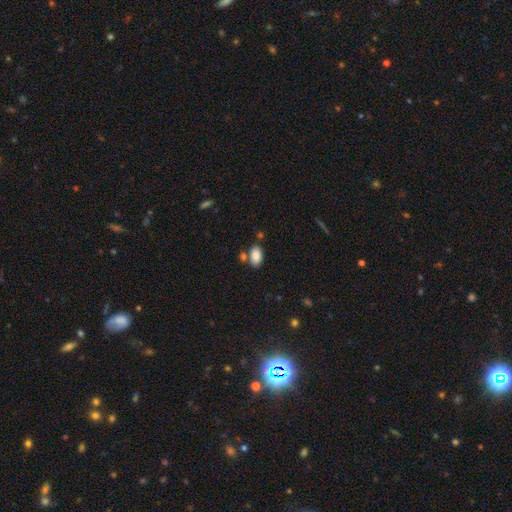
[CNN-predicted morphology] Smooth or featured?
  - smooth: 86% *
  - star or artifact: 8%
  - featured or disk: 6%
How rounded?
  - in between: 90% *
  - round: 8%
  - cigar-shaped: 1%
Merging?
  - none: 68% *
  - merger: 15%
  - minor disturbance: 13%
  - major disturbance: 4%